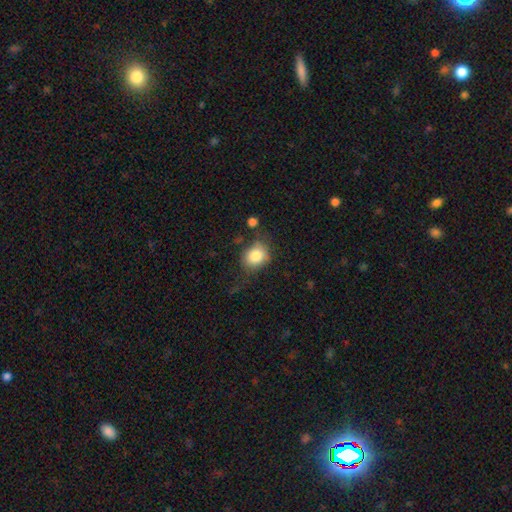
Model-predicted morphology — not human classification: Smooth or featured? Predicted: smooth (p=0.82). How rounded? Predicted: round (p=0.58). Merging? Predicted: none (p=0.58).